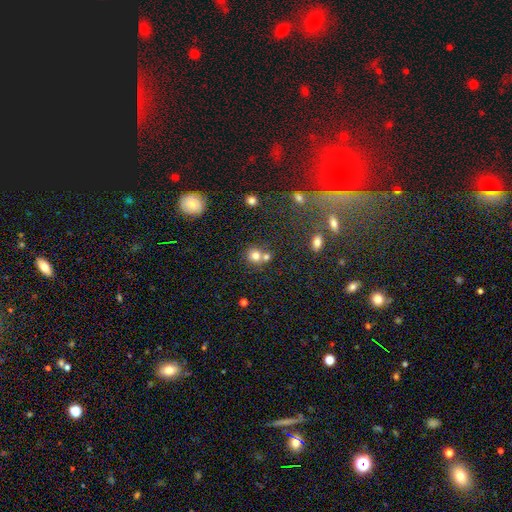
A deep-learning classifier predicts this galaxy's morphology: smooth 75%, star or artifact 14%, featured or disk 11%. Down the decision tree: how rounded — round (84%); merging — none (52%).